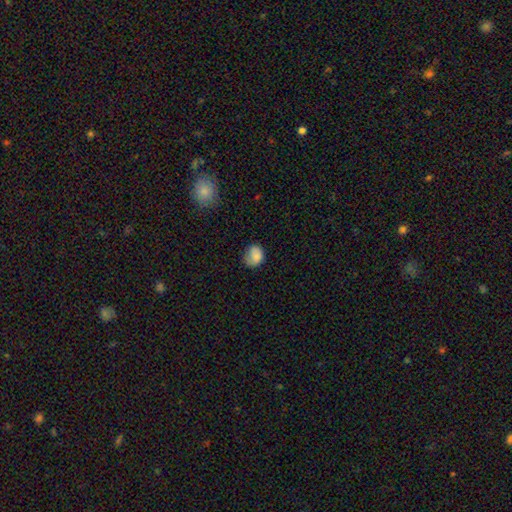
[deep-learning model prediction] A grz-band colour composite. It shows a smooth galaxy with no disk features (83%) that is round (52%). Merging: none (58%).